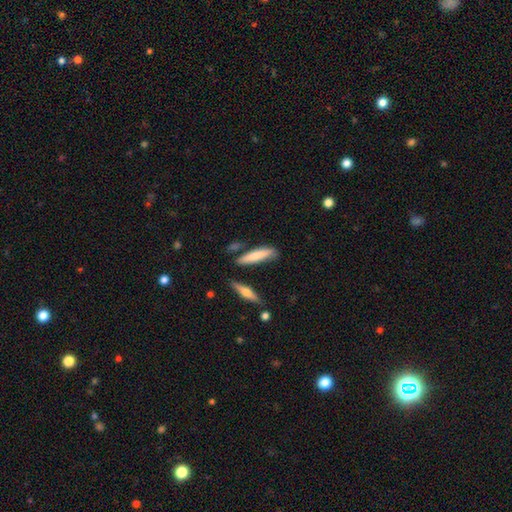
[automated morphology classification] smooth-or-featured: smooth: 73% | featured or disk: 21% | star or artifact: 6%
  how-rounded: cigar-shaped: 82% | in between: 16% | round: 2%
  merging: none: 73% | minor disturbance: 16% | merger: 7% | major disturbance: 4%